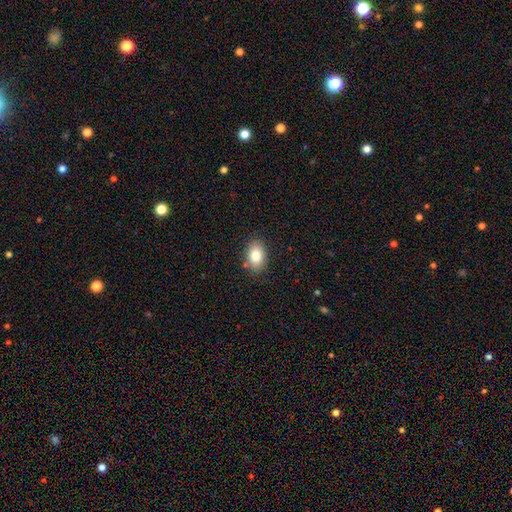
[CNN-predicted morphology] The model was most divided on "how rounded": in between: 85%, round: 14%, cigar-shaped: 1%. More confident: merging — none (85%); smooth or featured — smooth (82%).